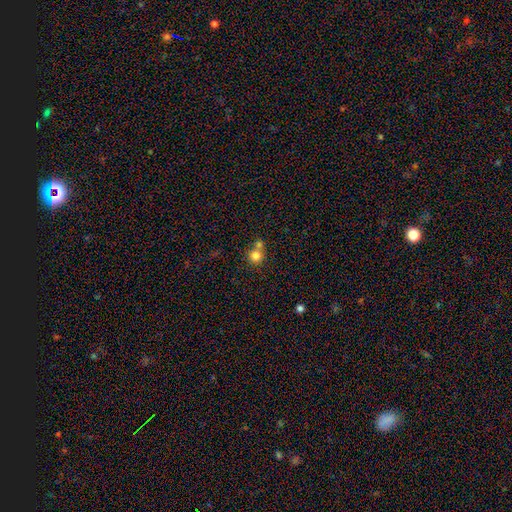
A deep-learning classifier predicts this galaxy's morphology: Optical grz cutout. It shows a smooth galaxy with no disk features (80%) that is round (91%). Merging: none (50%).